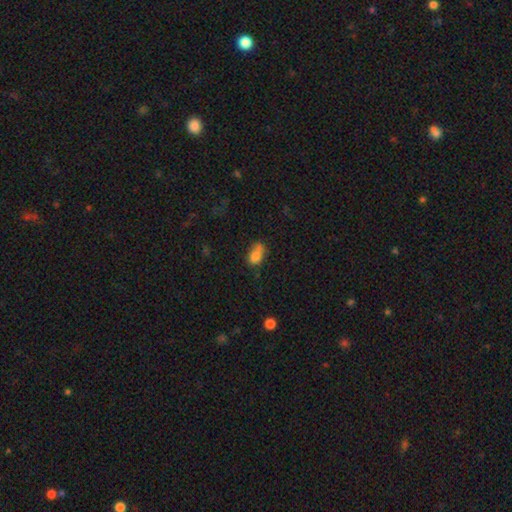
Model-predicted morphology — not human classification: The model was most divided on "merging": none: 36%, merger: 28%, minor disturbance: 25%, major disturbance: 11%. More confident: how rounded — in between (80%); smooth or featured — smooth (77%).